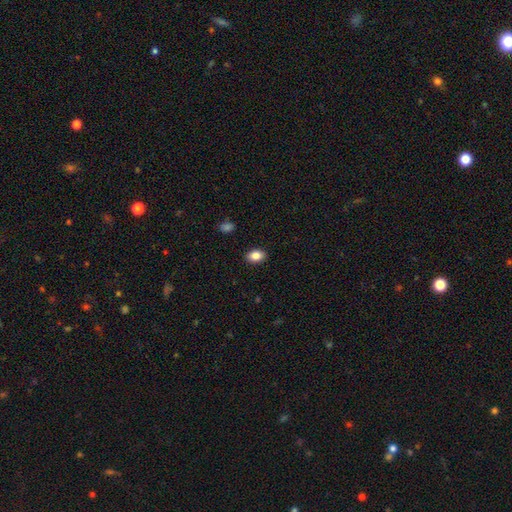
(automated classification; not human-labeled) A smooth galaxy with no disk features (84%) that is in between round and cigar-shaped (83%). Merging: none (90%).